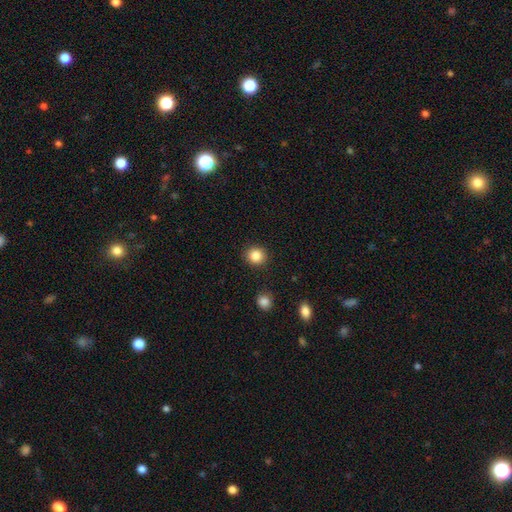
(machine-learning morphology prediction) A smooth galaxy with no disk features (85%) that is round (88%). Merging: none (90%).